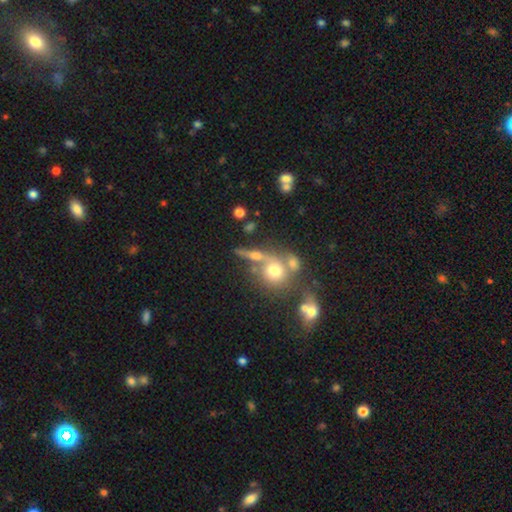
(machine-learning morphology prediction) smooth-or-featured: smooth: 44% | featured or disk: 41% | star or artifact: 16%
  merging: none: 55% | merger: 26% | minor disturbance: 12% | major disturbance: 7%